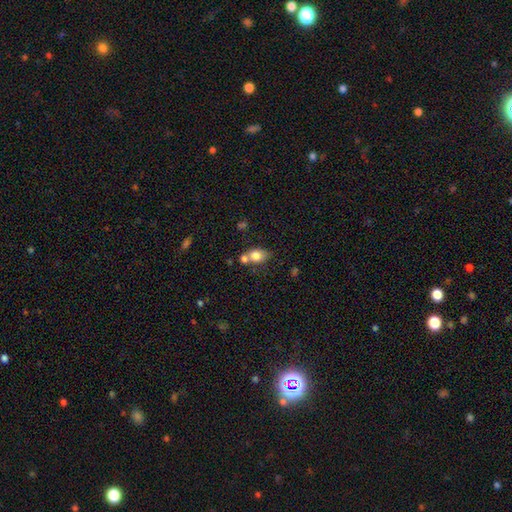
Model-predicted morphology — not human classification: smooth_or_featured: smooth (p=0.77) [alt: featured or disk p=0.13]
how_rounded: in between (p=0.62) [alt: round p=0.36]
merging: none (p=0.43) [alt: merger p=0.36]